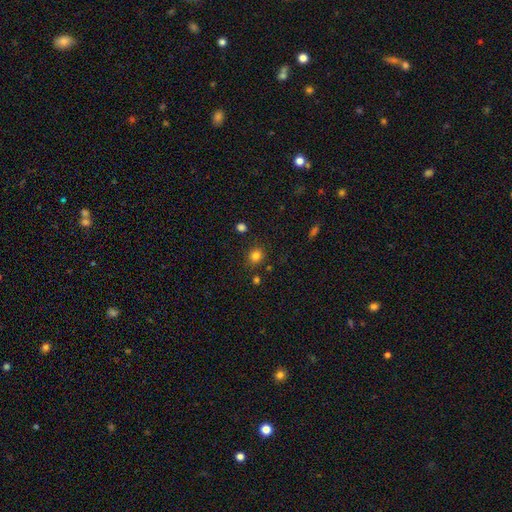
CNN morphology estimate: This appears to be a smooth galaxy with no disk features (81%) that is round (74%). Merging: none (83%).